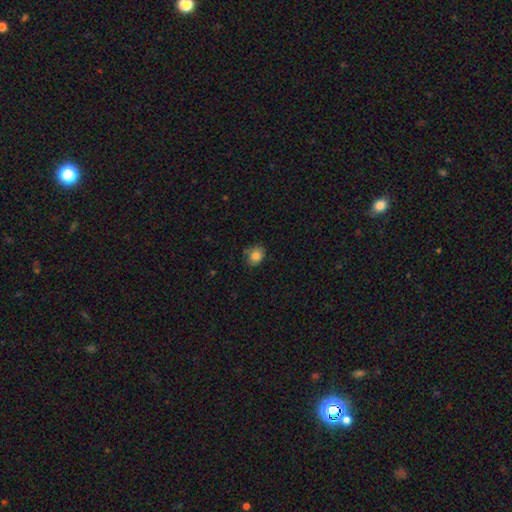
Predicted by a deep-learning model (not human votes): Smooth or featured? smooth (85%)
How rounded? round (54%)
Merging? none (70%)